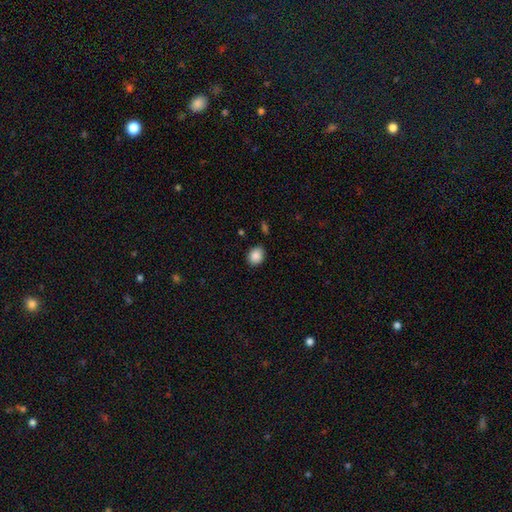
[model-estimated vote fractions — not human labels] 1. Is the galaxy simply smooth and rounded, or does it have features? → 88% smooth, 8% star or artifact, 4% featured or disk.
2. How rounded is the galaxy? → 56% round, 44% in between, 1% cigar-shaped.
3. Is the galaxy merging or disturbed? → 85% none, 11% minor disturbance, 2% major disturbance, 2% merger.